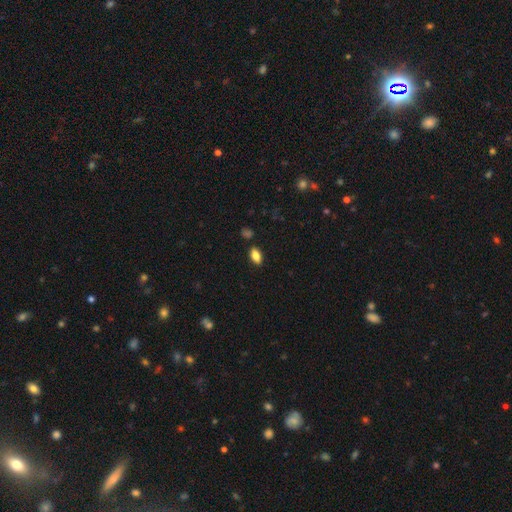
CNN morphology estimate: type=smooth (83%); roundness=in between (90%); merging=none (86%).